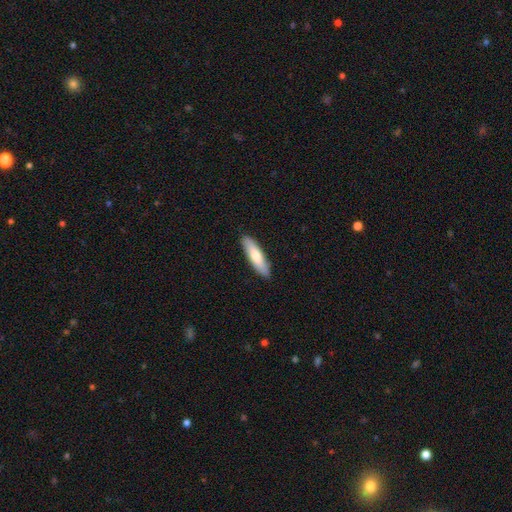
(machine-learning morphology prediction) This appears to be a smooth galaxy with no disk features (73%) that is cigar-shaped (70%). Merging: none (90%).